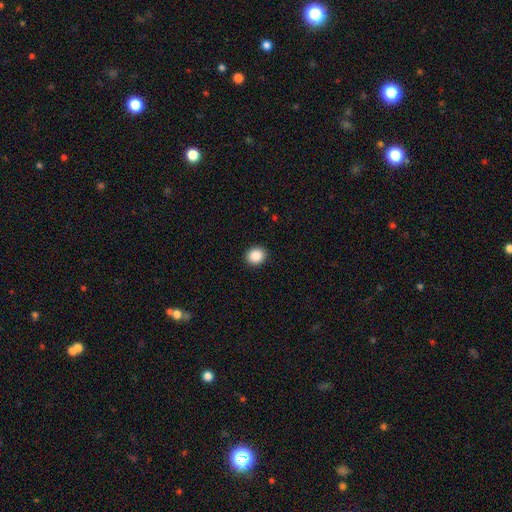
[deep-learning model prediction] A smooth galaxy with no disk features (88%) that is round (84%). Merging: none (92%).